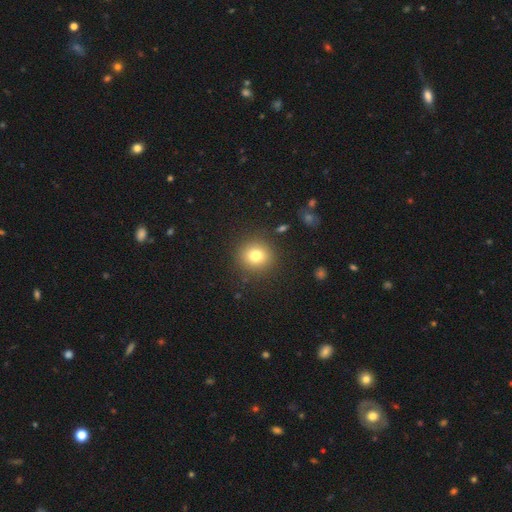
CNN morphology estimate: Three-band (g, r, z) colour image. It shows a smooth galaxy with no disk features (78%) that is round (90%). Merging: none (88%).